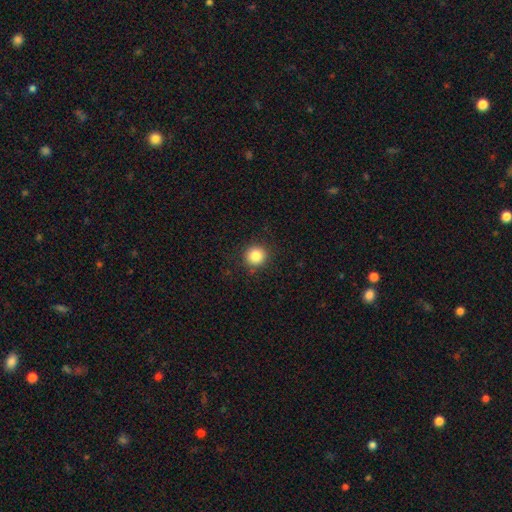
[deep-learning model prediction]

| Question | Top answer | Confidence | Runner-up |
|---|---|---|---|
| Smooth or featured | smooth | 84% | star or artifact (11%) |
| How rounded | round | 94% | in between (5%) |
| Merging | none | 91% | minor disturbance (6%) |